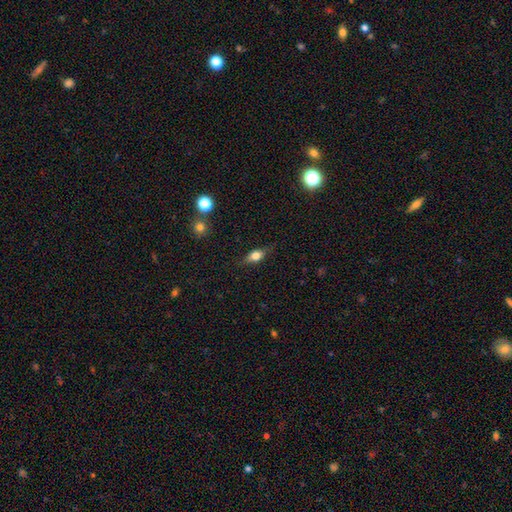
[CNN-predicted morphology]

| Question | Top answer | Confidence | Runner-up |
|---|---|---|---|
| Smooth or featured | smooth | 63% | featured or disk (28%) |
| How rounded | in between | 70% | cigar-shaped (17%) |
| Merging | none | 79% | minor disturbance (15%) |